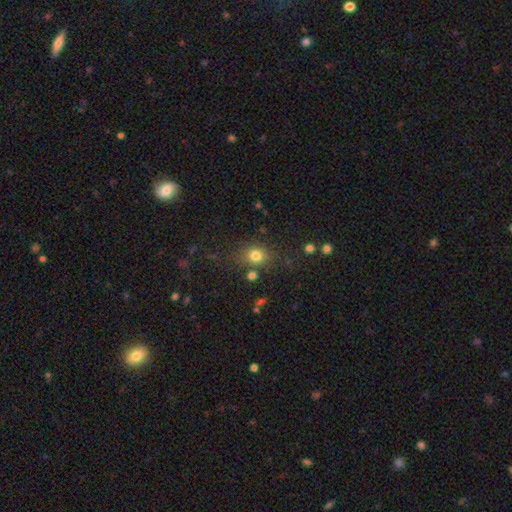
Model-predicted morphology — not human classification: Q: Smooth or featured?
A: smooth (77%); runner-up: star or artifact (15%)
Q: How rounded?
A: round (64%); runner-up: in between (35%)
Q: Merging?
A: none (74%); runner-up: minor disturbance (13%)